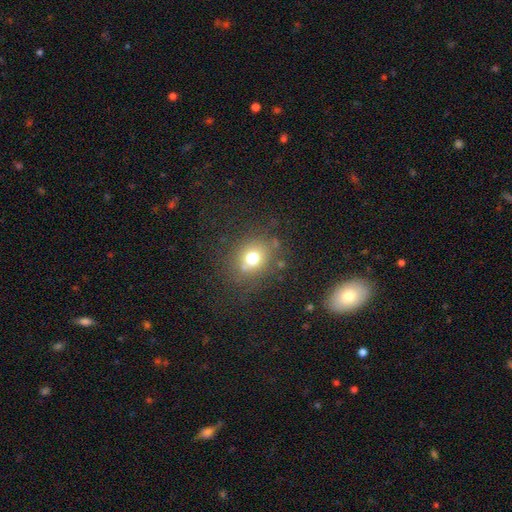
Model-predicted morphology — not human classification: Smooth or featured? Predicted: smooth (p=0.61). How rounded? Predicted: round (p=0.64). Merging? Predicted: none (p=0.82).